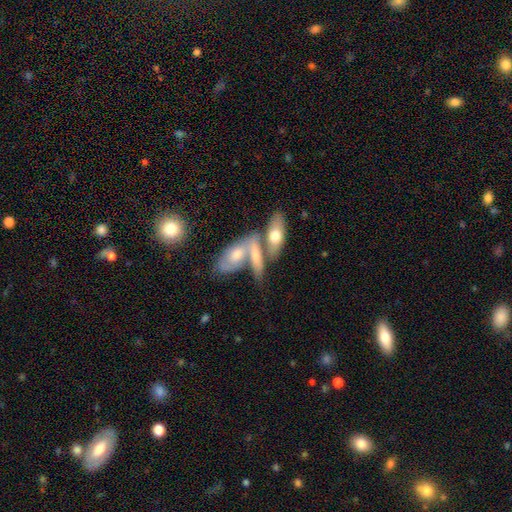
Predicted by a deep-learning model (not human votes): Q: Smooth or featured?
A: smooth (56%); runner-up: featured or disk (37%)
Q: How rounded?
A: in between (70%); runner-up: cigar-shaped (26%)
Q: Merging?
A: merger (51%); runner-up: none (31%)